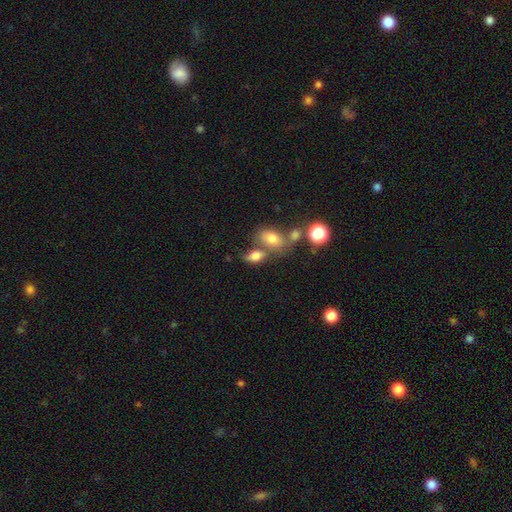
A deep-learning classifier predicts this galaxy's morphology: smooth-or-featured: smooth: 75% | featured or disk: 14% | star or artifact: 12%
  how-rounded: in between: 82% | round: 13% | cigar-shaped: 4%
  merging: none: 48% | merger: 32% | minor disturbance: 14% | major disturbance: 6%